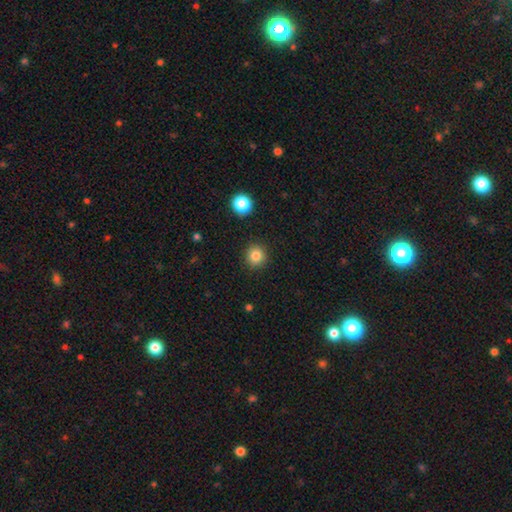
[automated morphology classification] Smooth or featured: smooth — 83% (star or artifact — 12%)
How rounded: round — 93% (in between — 6%)
Merging: none — 91% (minor disturbance — 6%)